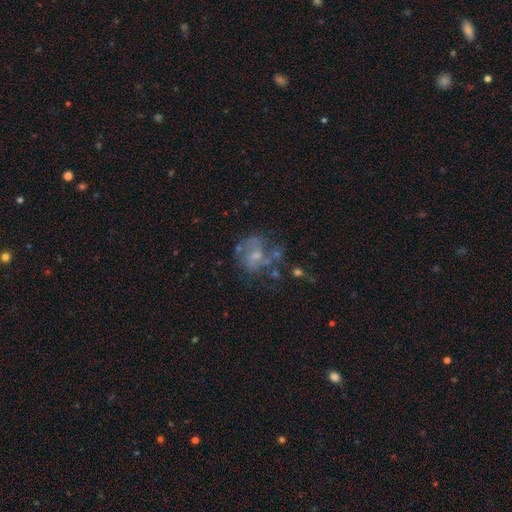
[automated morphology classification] smooth-or-featured: featured or disk: 66% | smooth: 23% | star or artifact: 11%
  disk-edge-on: no: 98% | yes: 2%
    bar: no: 56% | weak: 37% | strong: 7%
    has-spiral-arms: yes: 76% | no: 24%
    bulge-size: small: 44% | moderate: 38% | none: 13% | large: 3% | dominant: 1%
  merging: none: 50% | minor disturbance: 21% | major disturbance: 20% | merger: 9%